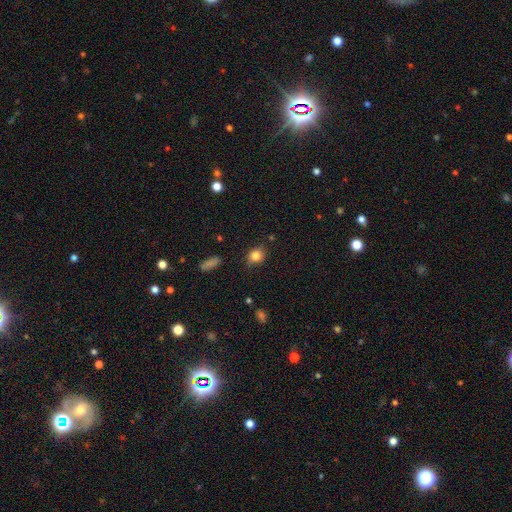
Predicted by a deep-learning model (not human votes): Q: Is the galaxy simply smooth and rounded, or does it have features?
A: smooth — 81%.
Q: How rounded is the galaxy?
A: in between — 50%.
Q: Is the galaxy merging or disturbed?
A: none — 78%.